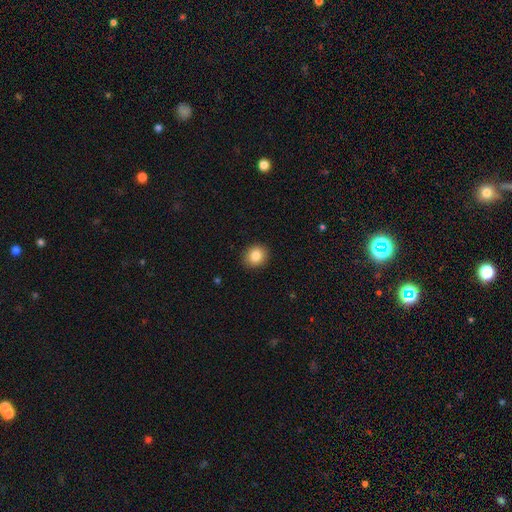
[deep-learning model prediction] smooth-or-featured: smooth: 85% | star or artifact: 9% | featured or disk: 6%
  how-rounded: round: 76% | in between: 24% | cigar-shaped: 1%
  merging: none: 90% | minor disturbance: 7% | major disturbance: 2% | merger: 1%